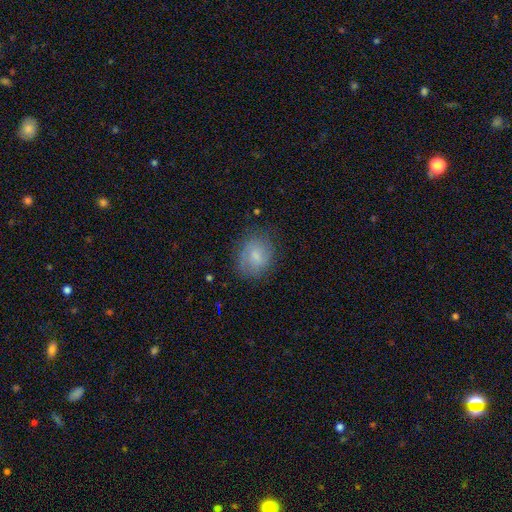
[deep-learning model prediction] smooth_or_featured: smooth (p=0.69) [alt: featured or disk p=0.23]
how_rounded: round (p=0.60) [alt: in between p=0.39]
merging: none (p=0.74) [alt: minor disturbance p=0.19]